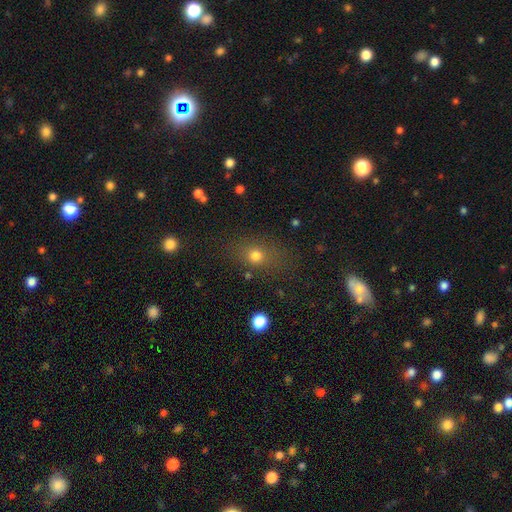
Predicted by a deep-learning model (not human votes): Smooth or featured?
  - smooth: 74% *
  - star or artifact: 16%
  - featured or disk: 10%
How rounded?
  - round: 52% *
  - in between: 45%
  - cigar-shaped: 3%
Merging?
  - none: 74% *
  - minor disturbance: 15%
  - major disturbance: 8%
  - merger: 4%